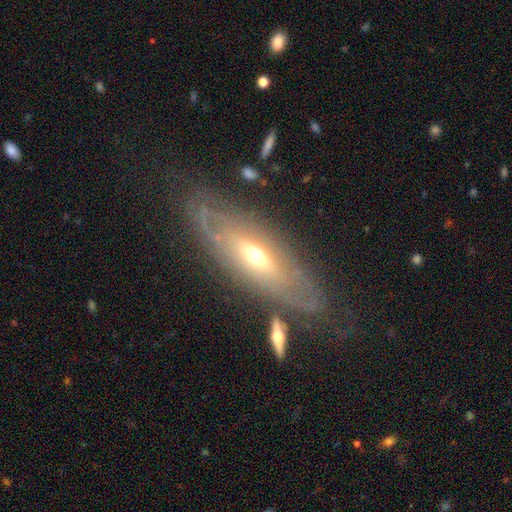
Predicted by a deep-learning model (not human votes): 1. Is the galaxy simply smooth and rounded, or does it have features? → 73% featured or disk, 20% smooth, 7% star or artifact.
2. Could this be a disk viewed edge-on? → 68% no, 32% yes.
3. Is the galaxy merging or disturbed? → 68% none, 17% minor disturbance, 10% major disturbance, 5% merger.